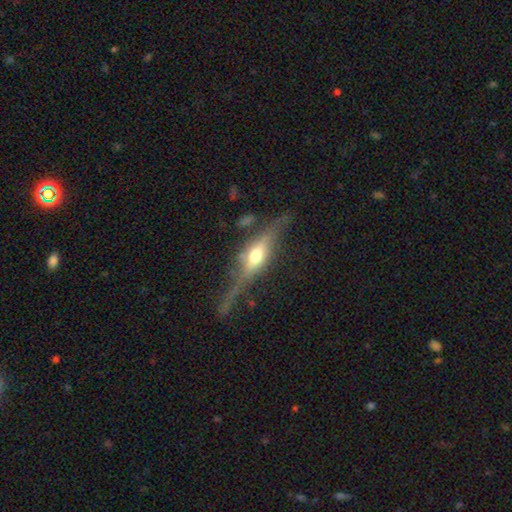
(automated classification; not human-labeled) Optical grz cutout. It shows a featured or disk galaxy (76%) viewed edge-on (93%) with a rounded central bulge (88%). Merging: none (68%).